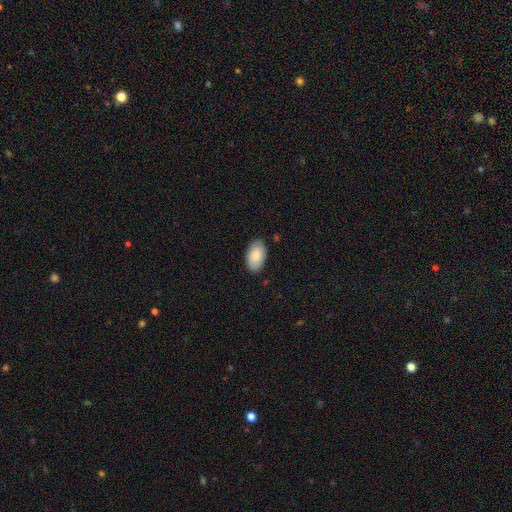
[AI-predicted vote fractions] Smooth or featured? Predicted: smooth (p=0.85). How rounded? Predicted: in between (p=0.95). Merging? Predicted: none (p=0.86).